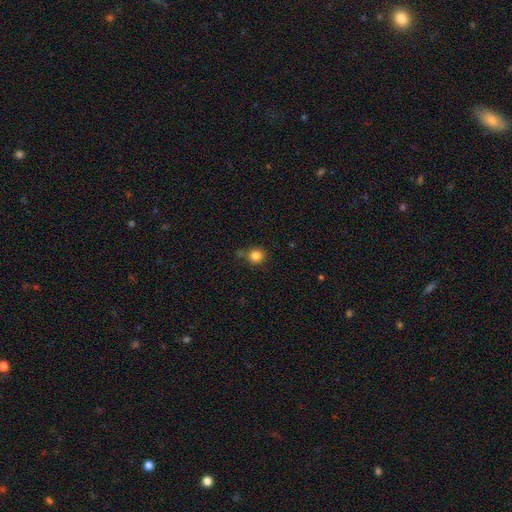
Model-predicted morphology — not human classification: Smooth or featured? smooth (83%)
How rounded? round (91%)
Merging? none (72%)